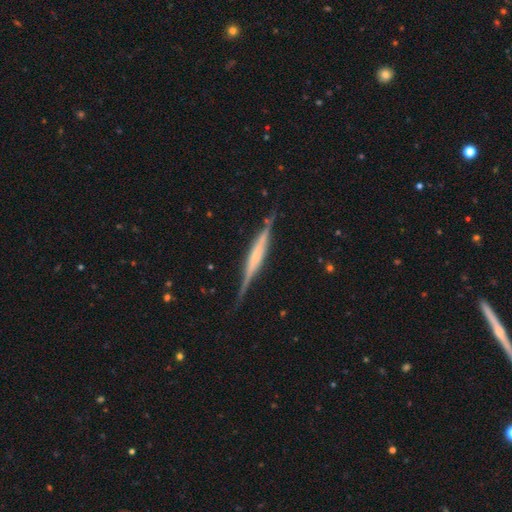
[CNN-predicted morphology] This is likely a featured or disk galaxy (73%). It is clearly viewed edge-on (97%). Edge-on bulge: marginally boxy (39%). Merging: clearly none (81%).